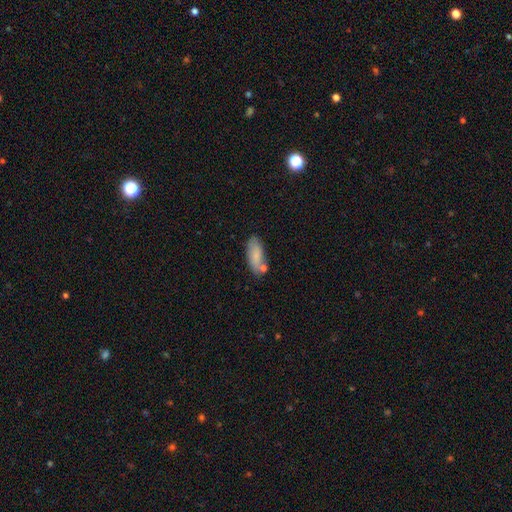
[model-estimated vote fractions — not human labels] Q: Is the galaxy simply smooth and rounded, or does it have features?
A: smooth — 81%.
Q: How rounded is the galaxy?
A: in between — 75%.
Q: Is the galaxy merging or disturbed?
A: none — 69%.